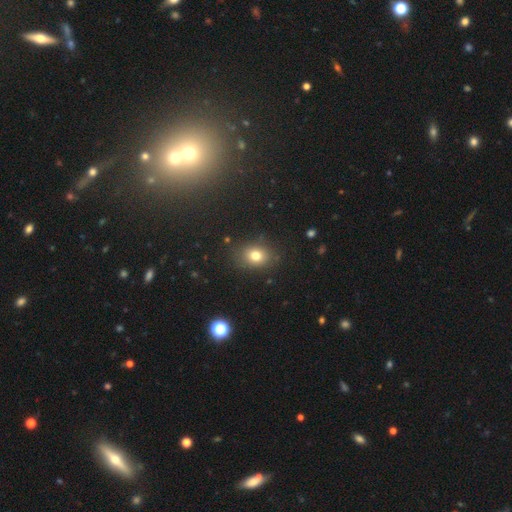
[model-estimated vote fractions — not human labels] Smooth or featured: smooth — 77% (star or artifact — 14%)
How rounded: in between — 52% (round — 47%)
Merging: none — 84% (minor disturbance — 11%)